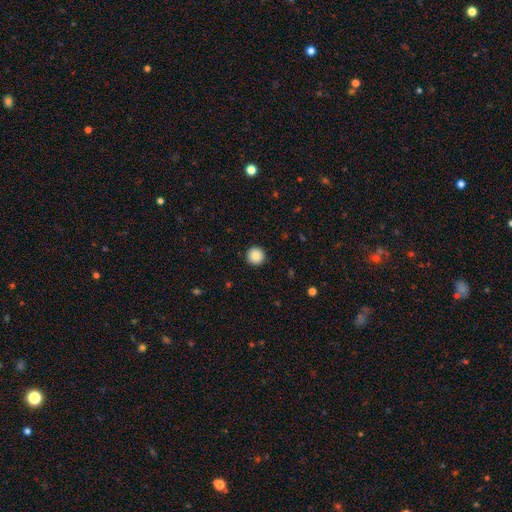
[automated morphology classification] Smooth or featured: smooth — 85% (star or artifact — 9%)
How rounded: round — 96% (in between — 3%)
Merging: none — 92% (minor disturbance — 5%)